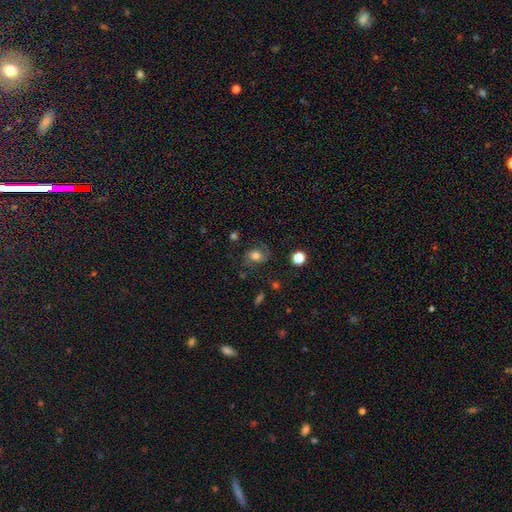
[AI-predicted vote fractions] Overall: smooth (55%; featured or disk 33%). How rounded: in between (49%, tied with round). Merging: none (66%).